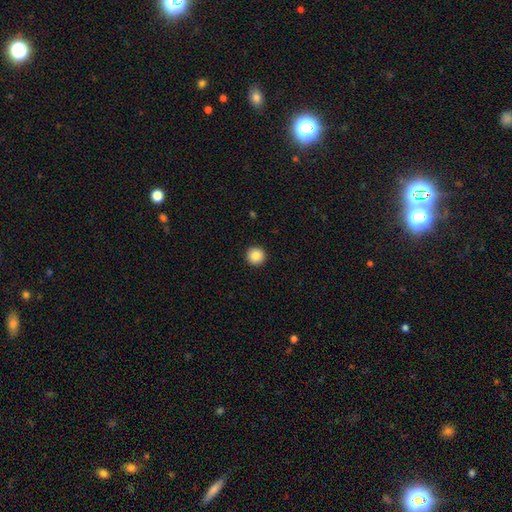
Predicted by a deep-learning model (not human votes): smooth 87%, star or artifact 9%, featured or disk 4%. Down the decision tree: how rounded — round (96%); merging — none (94%).